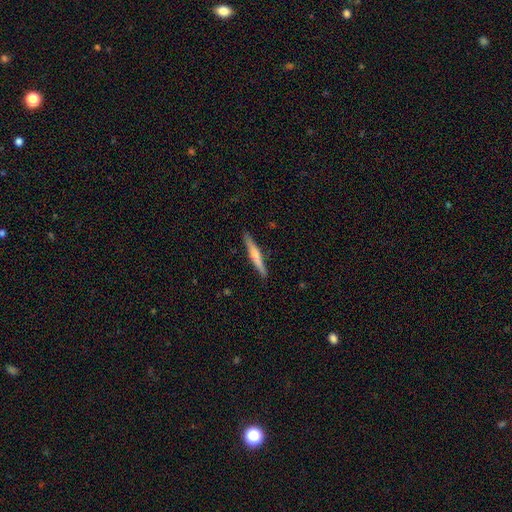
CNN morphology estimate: A smooth galaxy with no disk features (51%) that is cigar-shaped (95%).

Vote fractions:
- Smooth or featured? smooth: 51% / featured or disk: 43% / star or artifact: 5%
- How rounded? cigar-shaped: 95% / in between: 4% / round: 1%
- Merging? none: 90% / minor disturbance: 8% / major disturbance: 2% / merger: 1%